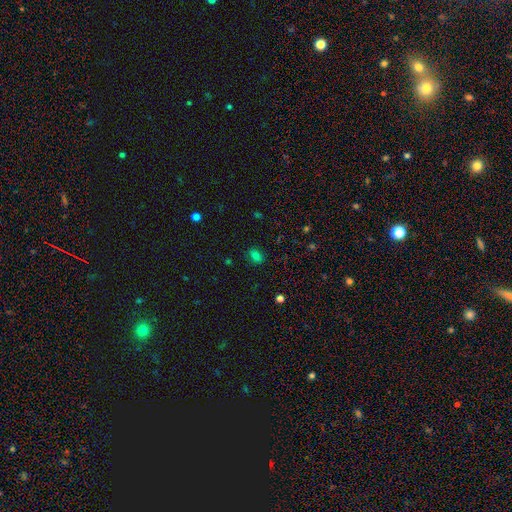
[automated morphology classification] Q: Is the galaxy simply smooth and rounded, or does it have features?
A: smooth — 74%.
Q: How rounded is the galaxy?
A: in between — 67%.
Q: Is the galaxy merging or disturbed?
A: none — 85%.